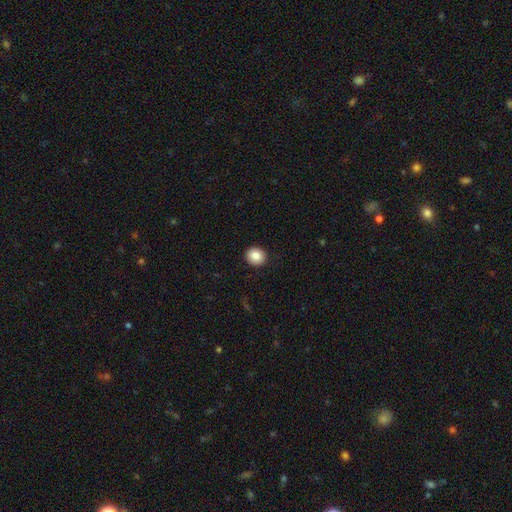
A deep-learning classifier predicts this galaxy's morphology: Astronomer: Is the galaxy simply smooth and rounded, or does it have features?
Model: smooth — 85%.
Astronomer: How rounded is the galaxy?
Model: round — 81%.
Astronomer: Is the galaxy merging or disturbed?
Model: none — 92%.